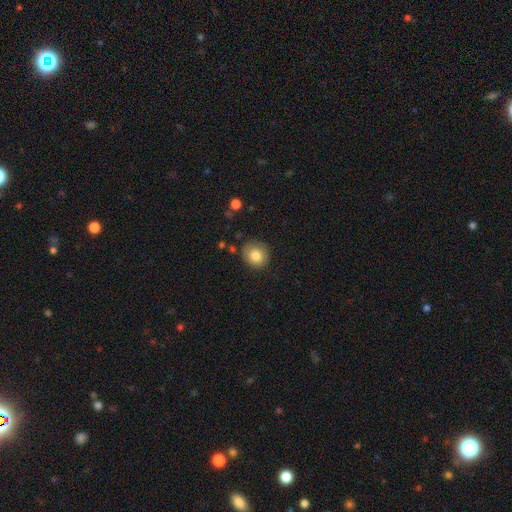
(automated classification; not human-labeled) A smooth galaxy with no disk features (83%) that is round (84%). Merging: none (82%).